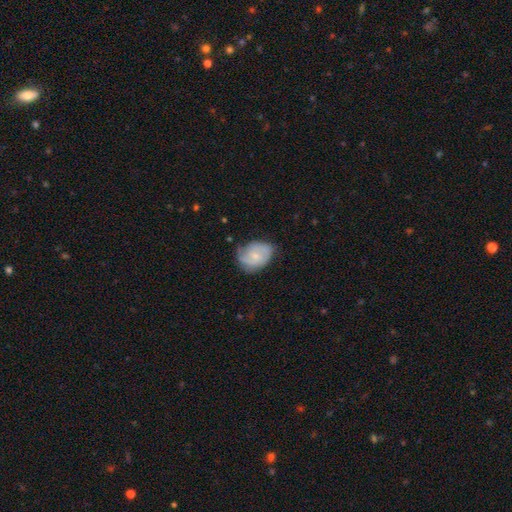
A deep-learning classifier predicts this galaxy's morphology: A featured or disk galaxy (53%) with no bar (61%), spiral arms (81%) and a small central bulge (66%). Merging: none (55%).